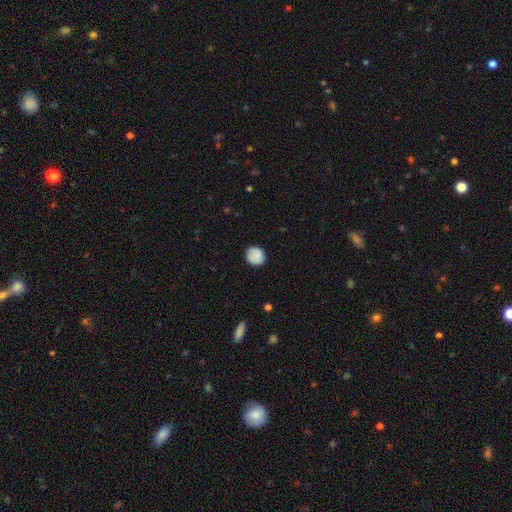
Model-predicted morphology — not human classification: Overall: smooth (84%). How rounded: round (81%). Merging: none (83%).